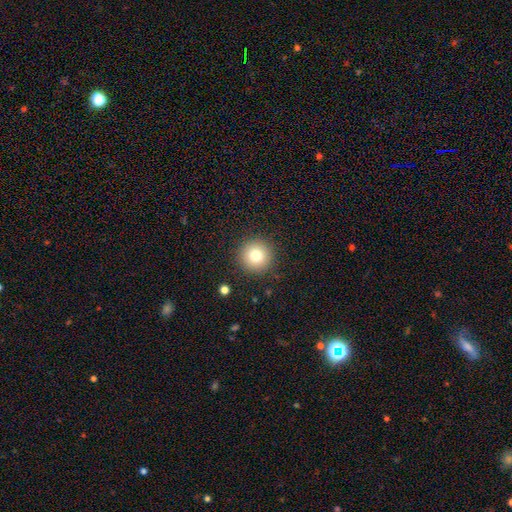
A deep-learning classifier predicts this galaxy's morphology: smooth 78%, star or artifact 12%, featured or disk 10%. Down the decision tree: how rounded — round (96%); merging — none (91%).